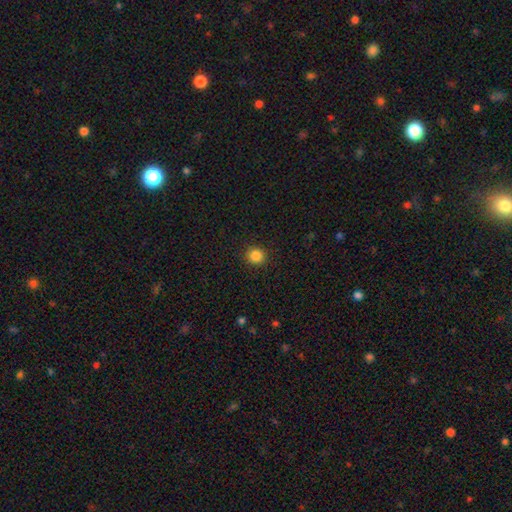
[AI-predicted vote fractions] Morphology: type=smooth (86%); roundness=round (91%); merging=none (92%).